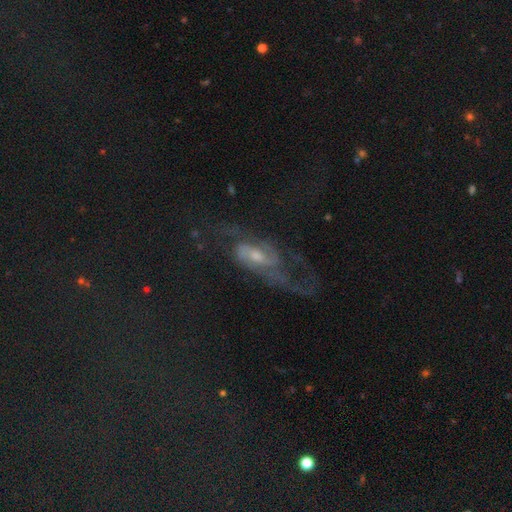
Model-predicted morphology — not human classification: Smooth or featured?
  - featured or disk: 76% *
  - smooth: 12%
  - star or artifact: 12%
Edge-on disk?
  - no: 91% *
  - yes: 9%
Bar?
  - weak: 48% *
  - no: 38%
  - strong: 14%
Spiral arms?
  - yes: 89% *
  - no: 11%
Spiral winding?
  - medium: 45% *
  - loose: 37%
  - tight: 18%
Spiral arm count?
  - 2: 66% *
  - can't tell: 16%
  - 1: 6%
  - 3: 6%
  - 4: 3%
  - more than 4: 3%
Bulge size?
  - moderate: 46% *
  - small: 44%
  - large: 5%
  - none: 4%
  - dominant: 1%
Merging?
  - none: 53% *
  - major disturbance: 27%
  - minor disturbance: 17%
  - merger: 3%